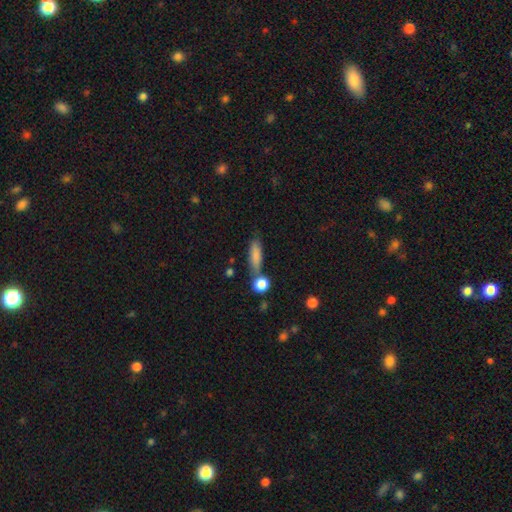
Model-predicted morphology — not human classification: Smooth or featured? smooth (81%)
How rounded? cigar-shaped (51%)
Merging? none (63%)